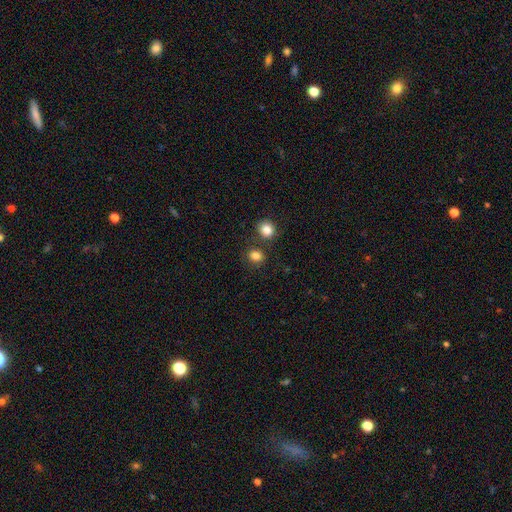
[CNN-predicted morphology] Smooth or featured? smooth (83%)
How rounded? round (69%)
Merging? none (74%)